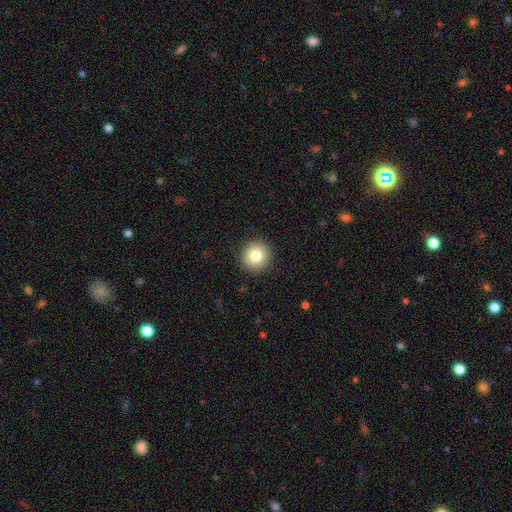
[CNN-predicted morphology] Overall: smooth (81%). How rounded: round (94%). Merging: none (92%).